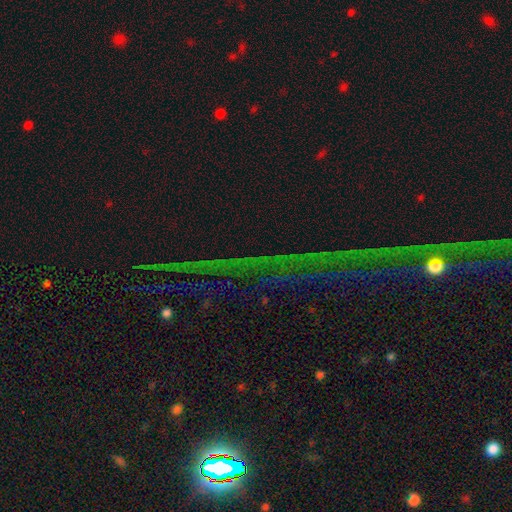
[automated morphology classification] smooth_or_featured: star or artifact (p=0.80) [alt: featured or disk p=0.11]